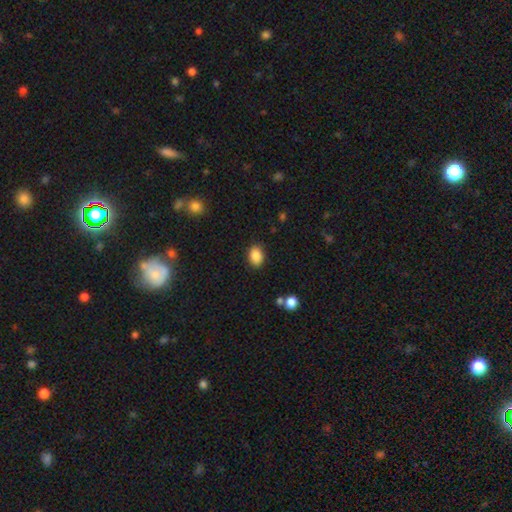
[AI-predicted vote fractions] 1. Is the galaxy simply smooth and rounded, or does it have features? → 87% smooth, 9% star or artifact, 4% featured or disk.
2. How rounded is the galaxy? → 74% in between, 25% round, 1% cigar-shaped.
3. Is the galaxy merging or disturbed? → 86% none, 10% minor disturbance, 3% major disturbance, 2% merger.